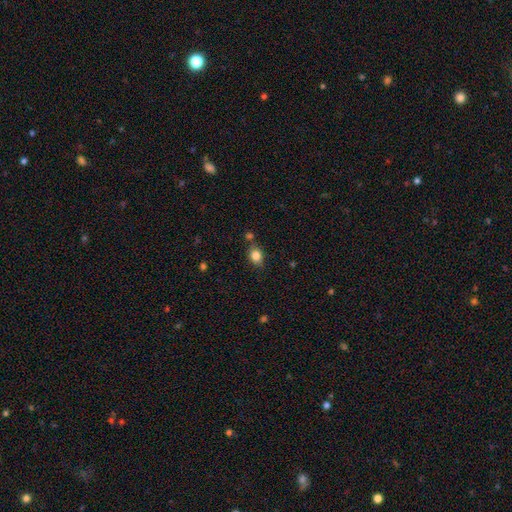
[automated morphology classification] Q: Smooth or featured?
A: smooth (83%); runner-up: star or artifact (10%)
Q: How rounded?
A: in between (55%); runner-up: round (43%)
Q: Merging?
A: none (72%); runner-up: minor disturbance (15%)